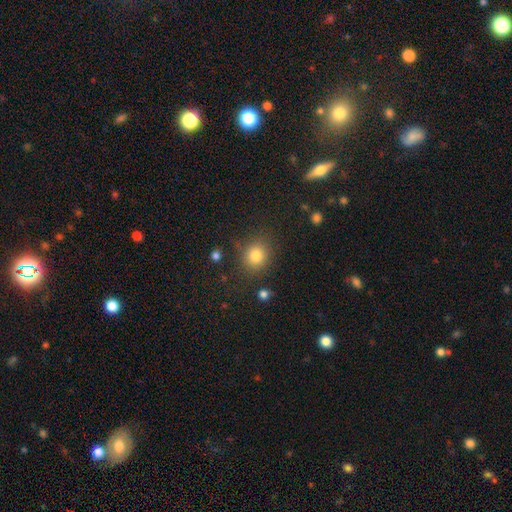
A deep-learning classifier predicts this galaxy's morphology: smooth-or-featured: smooth: 81% | star or artifact: 12% | featured or disk: 6%
  how-rounded: round: 74% | in between: 25% | cigar-shaped: 1%
  merging: none: 80% | minor disturbance: 12% | major disturbance: 4% | merger: 3%